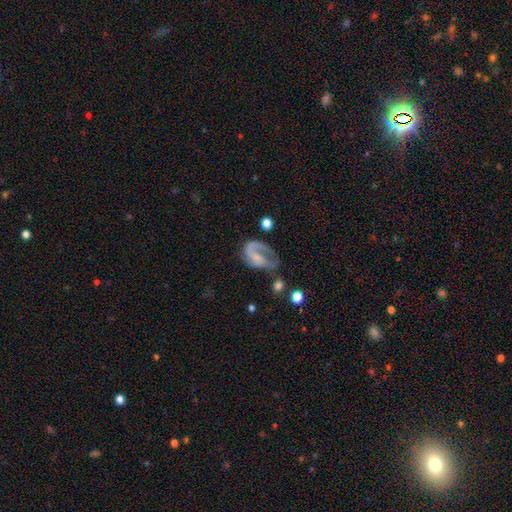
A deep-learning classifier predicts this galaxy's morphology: This appears to be a featured or disk galaxy (70%) with no bar (52%), 1 (56%) medium (40%) spiral arms (82%) and a small central bulge (48%). Merging: major disturbance (40%).